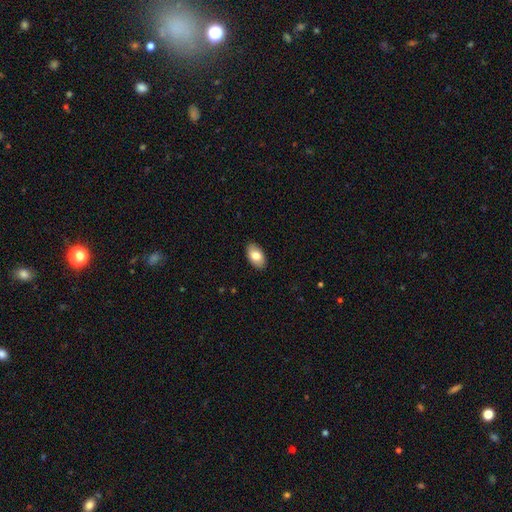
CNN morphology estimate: A smooth galaxy with no disk features (79%) that is in between round and cigar-shaped (94%). Merging: none (90%).